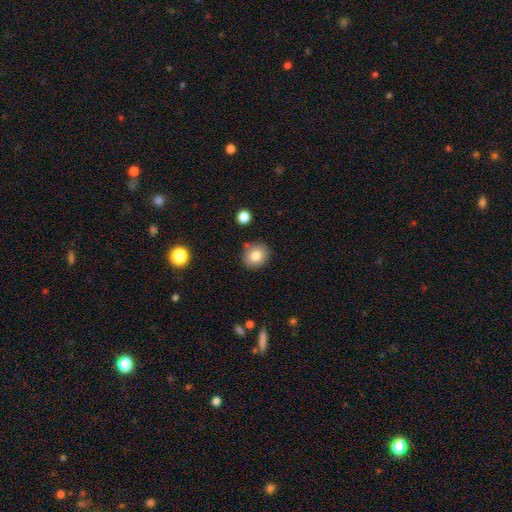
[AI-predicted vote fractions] Q: Smooth or featured?
A: smooth (81%); runner-up: featured or disk (10%)
Q: How rounded?
A: round (72%); runner-up: in between (27%)
Q: Merging?
A: none (84%); runner-up: minor disturbance (10%)